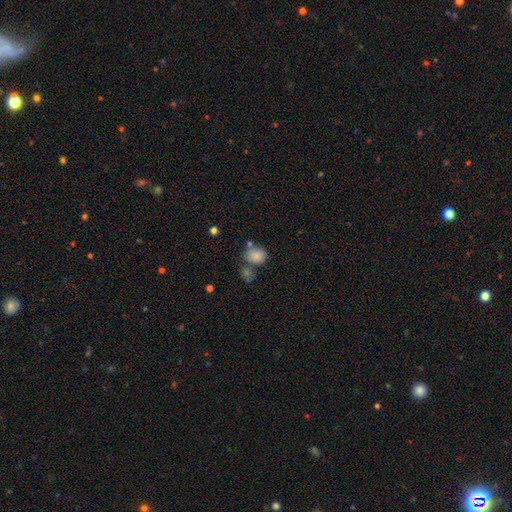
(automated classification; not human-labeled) Smooth or featured?
  - smooth: 83% *
  - star or artifact: 9%
  - featured or disk: 8%
How rounded?
  - round: 54% *
  - in between: 45%
  - cigar-shaped: 1%
Merging?
  - none: 55% *
  - merger: 25%
  - minor disturbance: 15%
  - major disturbance: 5%